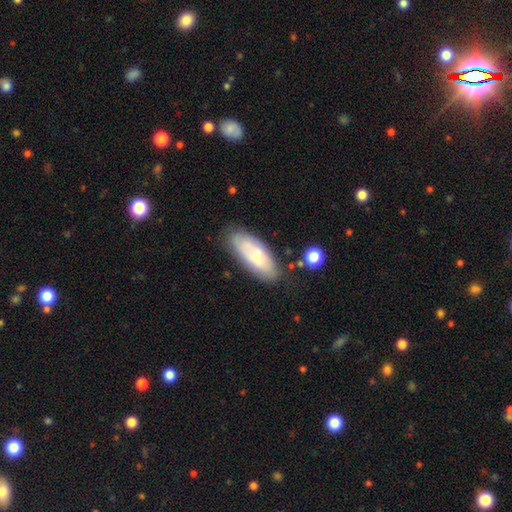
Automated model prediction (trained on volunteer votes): This appears to be a smooth galaxy with no disk features (56%) that is in between round and cigar-shaped (78%). Merging: none (73%).